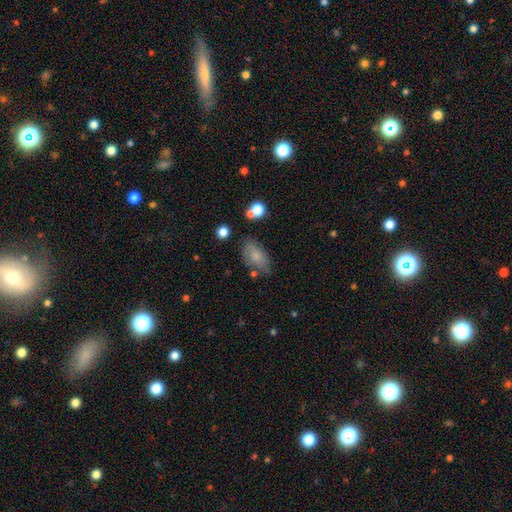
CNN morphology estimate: A smooth galaxy with no disk features (77%) that is in between round and cigar-shaped (90%).

Vote fractions:
- Smooth or featured? smooth: 77% / featured or disk: 15% / star or artifact: 9%
- How rounded? in between: 90% / round: 6% / cigar-shaped: 4%
- Merging? none: 64% / minor disturbance: 23% / major disturbance: 7% / merger: 6%